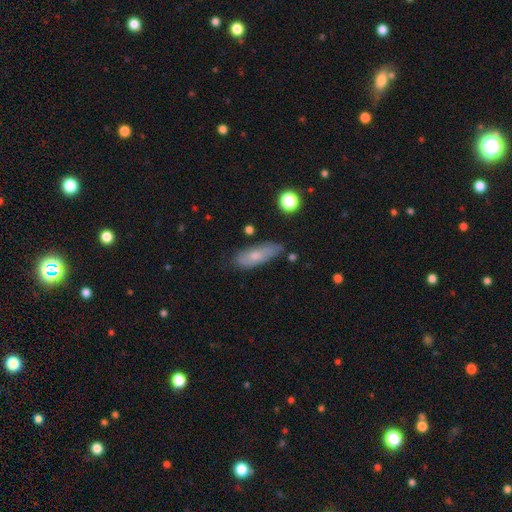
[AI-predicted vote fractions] Morphology: type=smooth (64%); roundness=in between (64%); merging=none (67%).